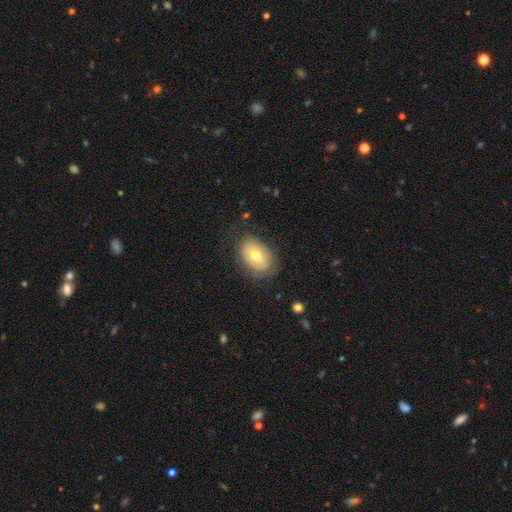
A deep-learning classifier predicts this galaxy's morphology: type=smooth (57%); roundness=in between (84%); merging=none (72%).